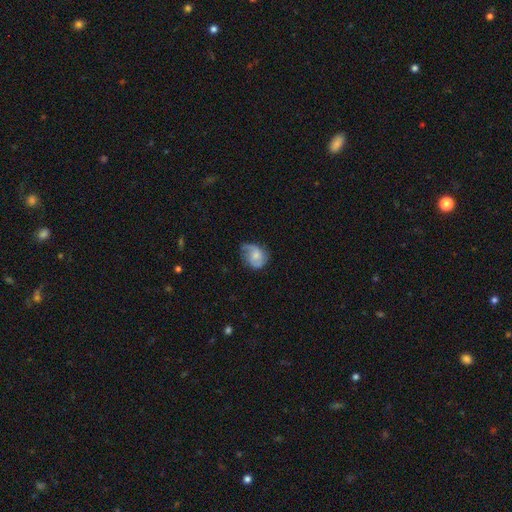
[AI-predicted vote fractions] Morphology: type=featured or disk (57%); edge-on=no (97%); bar=no (66%); spiral arms=yes (89%); bulge=small (47%); merging=none (51%).